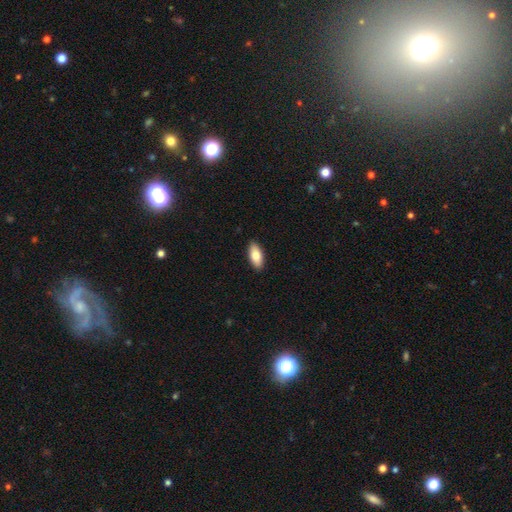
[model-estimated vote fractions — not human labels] smooth_or_featured: smooth (p=0.80) [alt: featured or disk p=0.14]
how_rounded: in between (p=0.86) [alt: cigar-shaped p=0.11]
merging: none (p=0.90) [alt: minor disturbance p=0.08]